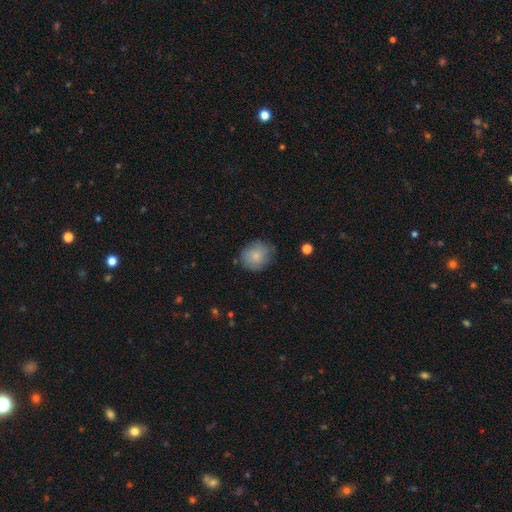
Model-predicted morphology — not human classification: This appears to be a smooth galaxy with no disk features (81%) that is round (72%). Merging: none (71%).